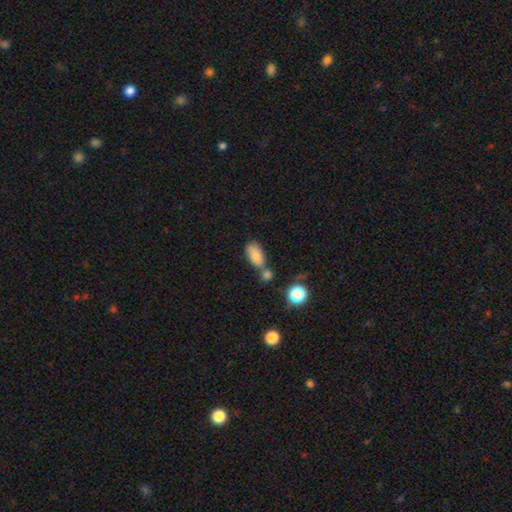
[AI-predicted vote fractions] Smooth or featured? Predicted: smooth (p=0.82). How rounded? Predicted: in between (p=0.88). Merging? Predicted: none (p=0.45).